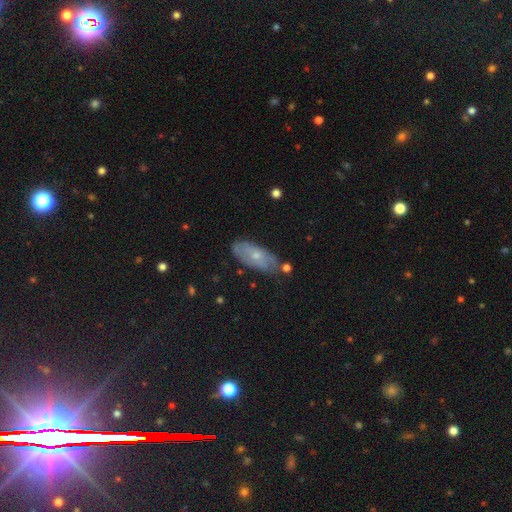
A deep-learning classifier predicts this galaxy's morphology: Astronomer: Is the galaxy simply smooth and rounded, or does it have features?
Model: smooth — 53% (runner-up: featured or disk, 39%).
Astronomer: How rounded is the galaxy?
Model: in between — 79%.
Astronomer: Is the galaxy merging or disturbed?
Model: none — 69%.